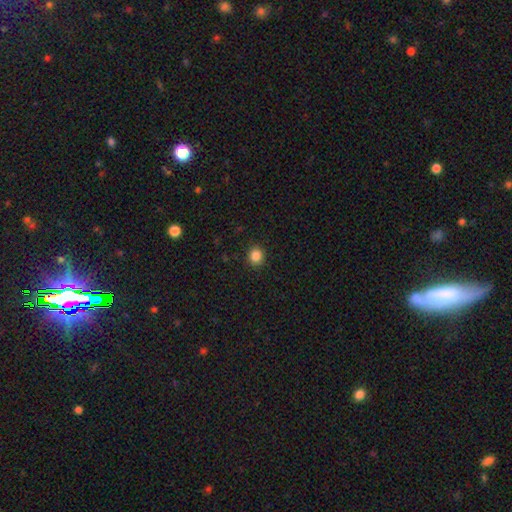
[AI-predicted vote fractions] Smooth or featured?
  - smooth: 85% *
  - star or artifact: 11%
  - featured or disk: 4%
How rounded?
  - round: 83% *
  - in between: 16%
  - cigar-shaped: 1%
Merging?
  - none: 91% *
  - minor disturbance: 6%
  - major disturbance: 2%
  - merger: 1%